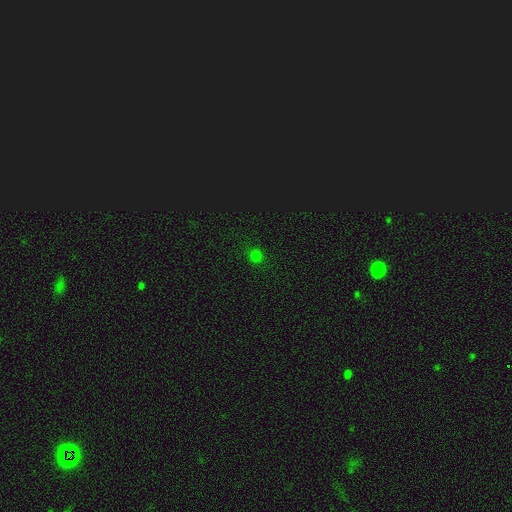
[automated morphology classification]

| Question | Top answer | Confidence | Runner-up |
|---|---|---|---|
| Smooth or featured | smooth | 73% | star or artifact (24%) |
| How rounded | round | 87% | in between (12%) |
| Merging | none | 89% | minor disturbance (7%) |